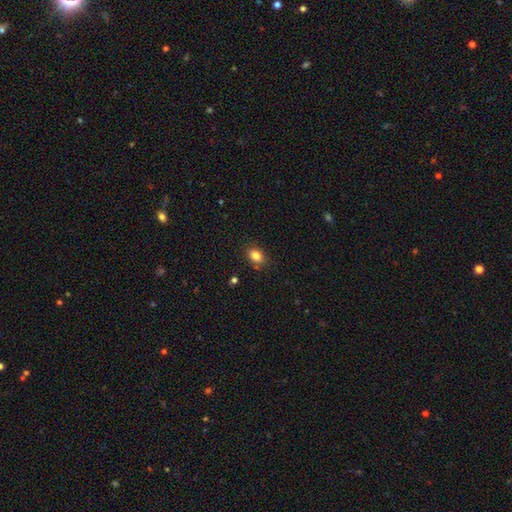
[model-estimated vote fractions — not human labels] Q: Smooth or featured?
A: smooth (84%); runner-up: star or artifact (10%)
Q: How rounded?
A: in between (68%); runner-up: round (31%)
Q: Merging?
A: none (82%); runner-up: minor disturbance (12%)